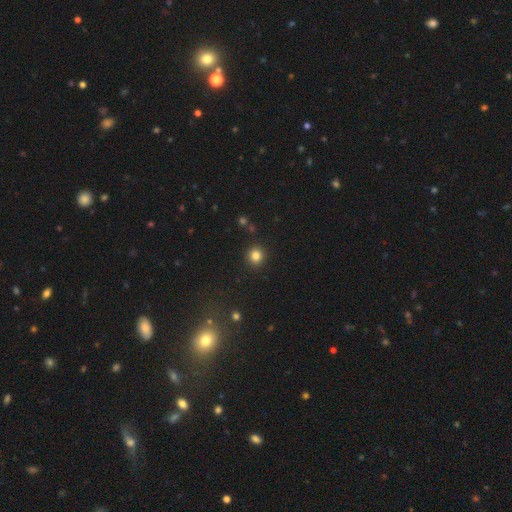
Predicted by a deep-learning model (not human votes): Overall: smooth (83%). How rounded: round (88%). Merging: none (90%).